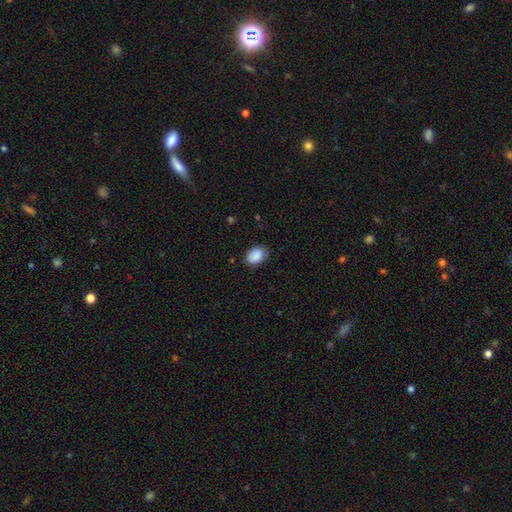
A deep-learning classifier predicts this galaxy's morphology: Smooth or featured: smooth — 90% (star or artifact — 7%)
How rounded: in between — 82% (round — 17%)
Merging: none — 81% (minor disturbance — 15%)